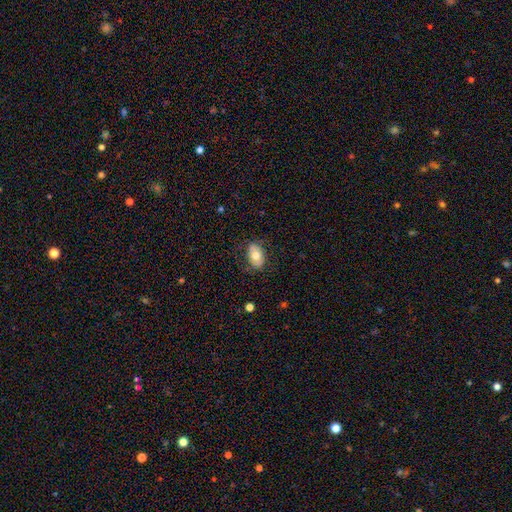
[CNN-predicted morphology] This appears to be a smooth galaxy with no disk features (67%) that is in between round and cigar-shaped (87%). Merging: none (76%).